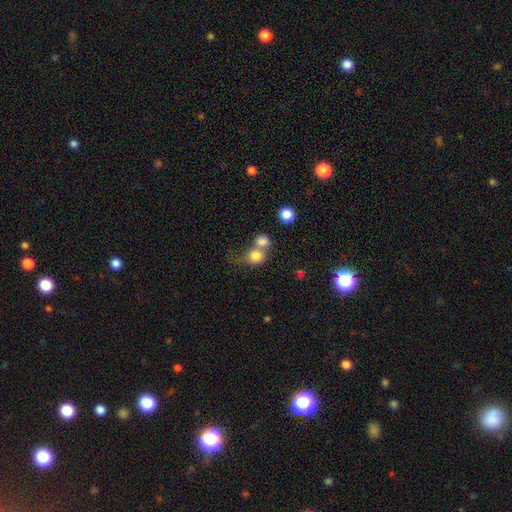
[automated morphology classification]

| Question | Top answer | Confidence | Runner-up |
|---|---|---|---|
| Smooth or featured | smooth | 79% | star or artifact (11%) |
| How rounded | round | 78% | in between (21%) |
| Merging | merger | 52% | none (33%) |